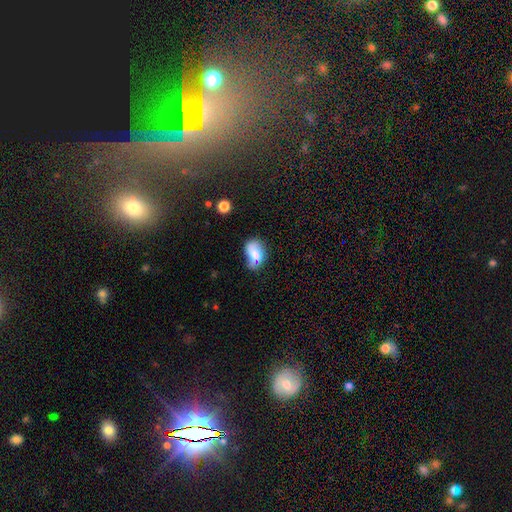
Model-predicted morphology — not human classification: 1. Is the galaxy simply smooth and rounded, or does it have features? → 63% smooth, 28% featured or disk, 10% star or artifact.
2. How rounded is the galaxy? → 75% in between, 23% round, 1% cigar-shaped.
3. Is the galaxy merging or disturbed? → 35% none (tied), 35% minor disturbance (tied), 18% major disturbance, 12% merger.